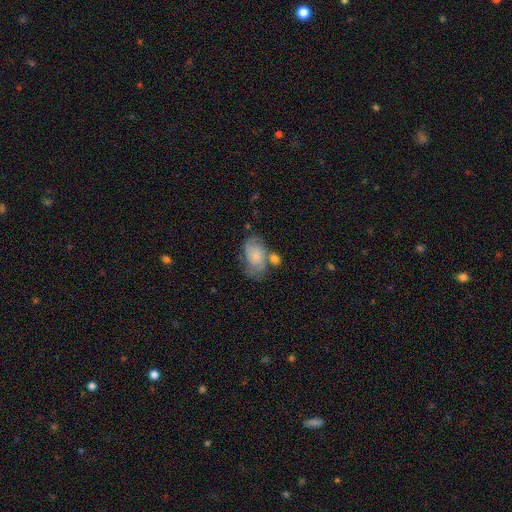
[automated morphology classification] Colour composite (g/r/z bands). It shows a smooth galaxy with no disk features (54%) that is in between round and cigar-shaped (88%). Merging: none (38%).